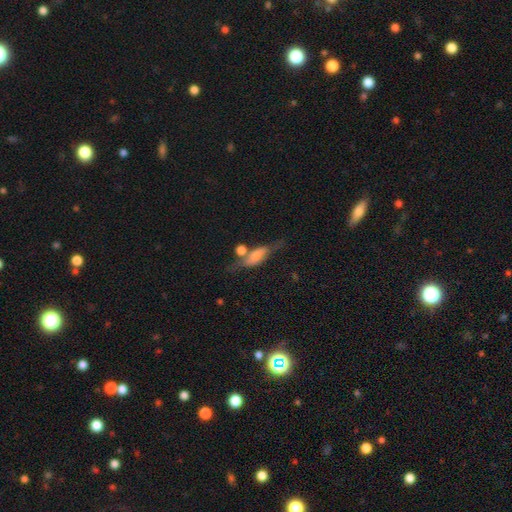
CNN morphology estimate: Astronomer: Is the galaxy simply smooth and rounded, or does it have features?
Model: smooth — 48% (runner-up: featured or disk, 44%).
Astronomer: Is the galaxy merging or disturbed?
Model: none — 43% (runner-up: minor disturbance, 22%).